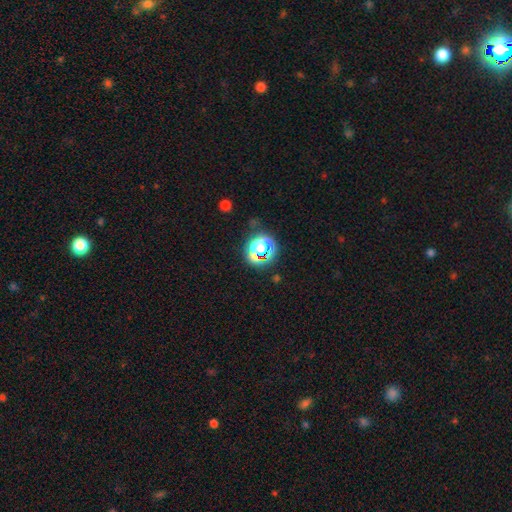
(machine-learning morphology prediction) smooth_or_featured: star or artifact (p=0.47) [alt: smooth p=0.40]